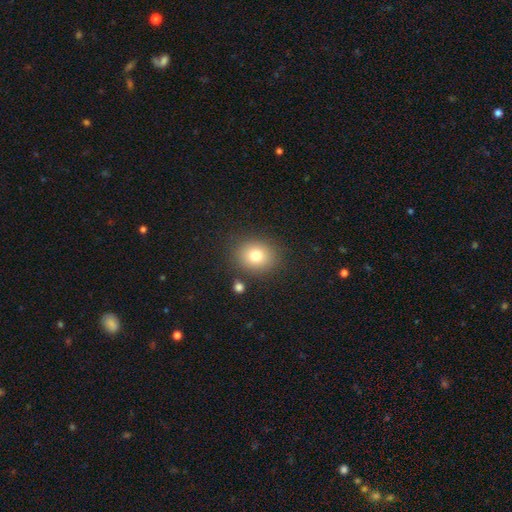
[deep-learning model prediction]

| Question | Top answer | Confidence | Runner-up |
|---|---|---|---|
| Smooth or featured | smooth | 78% | star or artifact (12%) |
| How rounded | round | 69% | in between (30%) |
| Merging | none | 84% | minor disturbance (9%) |